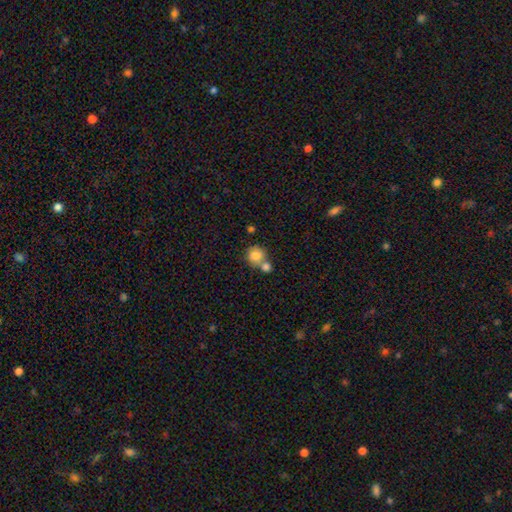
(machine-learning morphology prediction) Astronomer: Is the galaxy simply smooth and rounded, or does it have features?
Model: smooth — 81%.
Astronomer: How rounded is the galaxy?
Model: round — 86%.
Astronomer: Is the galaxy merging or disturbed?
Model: none — 45% (runner-up: merger, 43%).